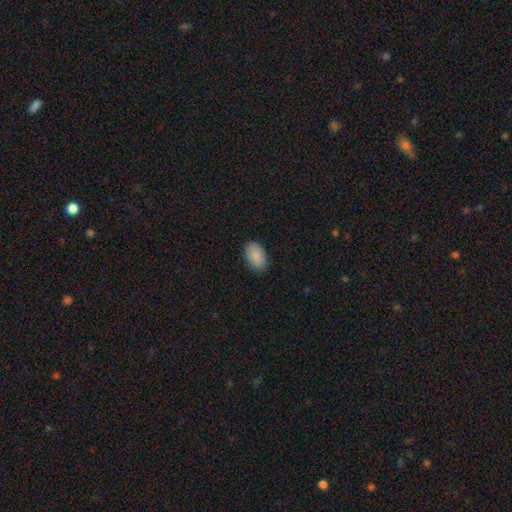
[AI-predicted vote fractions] A smooth galaxy with no disk features (89%) that is in between round and cigar-shaped (92%).

Vote fractions:
- Smooth or featured? smooth: 89% / star or artifact: 6% / featured or disk: 4%
- How rounded? in between: 92% / round: 7% / cigar-shaped: 1%
- Merging? none: 86% / minor disturbance: 11% / major disturbance: 2% / merger: 1%